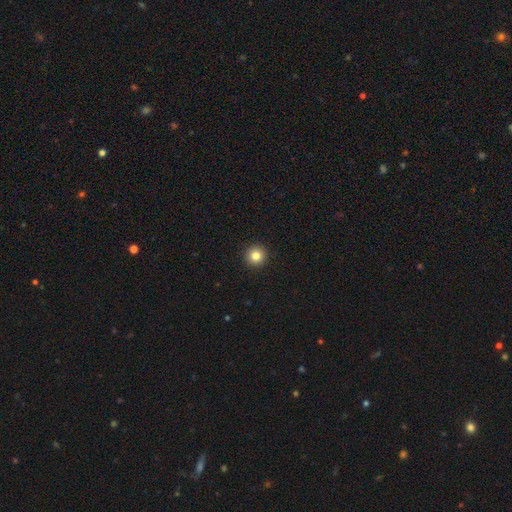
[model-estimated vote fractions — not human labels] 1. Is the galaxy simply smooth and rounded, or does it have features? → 83% smooth, 11% star or artifact, 6% featured or disk.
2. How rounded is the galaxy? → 96% round, 4% in between, 1% cigar-shaped.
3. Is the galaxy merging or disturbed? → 94% none, 4% minor disturbance, 1% major disturbance, 1% merger.